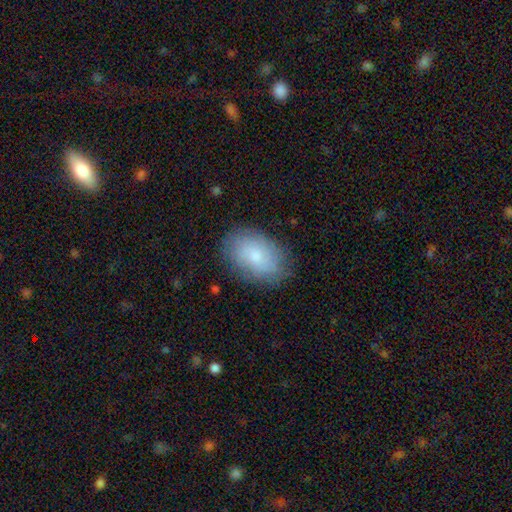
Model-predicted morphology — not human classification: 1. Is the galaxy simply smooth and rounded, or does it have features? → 72% smooth, 21% featured or disk, 7% star or artifact.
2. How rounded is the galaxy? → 87% in between, 12% round, 1% cigar-shaped.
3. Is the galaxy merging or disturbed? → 80% none, 15% minor disturbance, 4% major disturbance, 1% merger.